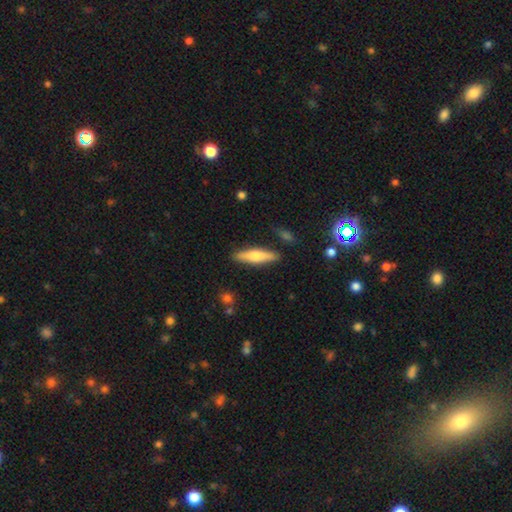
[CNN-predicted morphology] Smooth or featured? smooth (55%)
How rounded? cigar-shaped (75%)
Merging? none (86%)